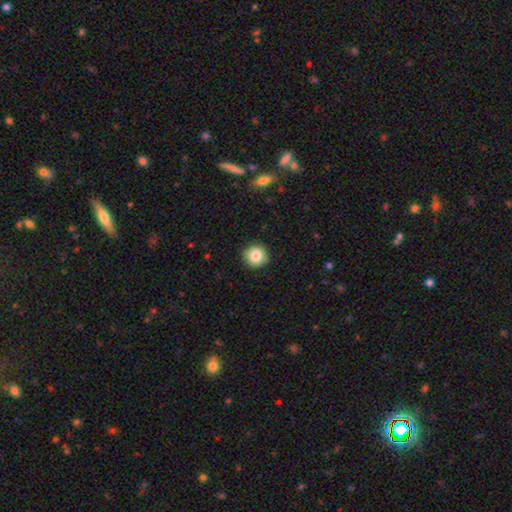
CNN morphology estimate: This appears to be a smooth galaxy with no disk features (83%) that is round (93%). Merging: none (89%).